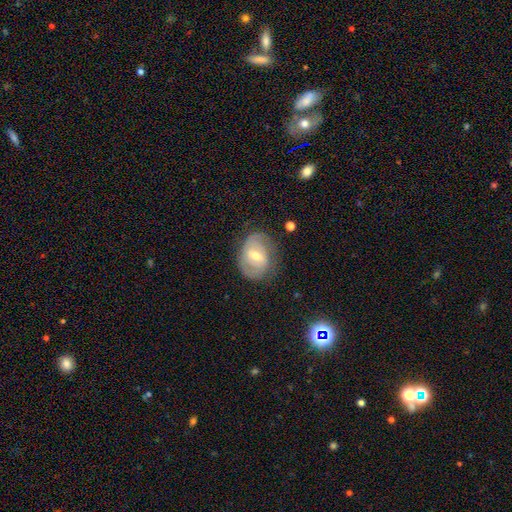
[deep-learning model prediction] Smooth or featured? Predicted: featured or disk (p=0.68). Edge-on disk? Predicted: no (p=0.96). Bar? Predicted: weak (p=0.57). Spiral arms? Predicted: yes (p=0.80). Spiral winding? Predicted: tight (p=0.48). Spiral arm count? Predicted: 2 (p=0.64). Bulge size? Predicted: moderate (p=0.57). Merging? Predicted: none (p=0.69).